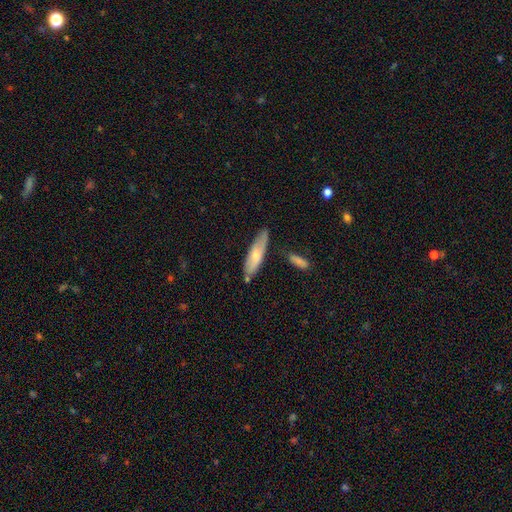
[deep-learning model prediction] smooth_or_featured: smooth (p=0.62) [alt: featured or disk p=0.32]
how_rounded: cigar-shaped (p=0.59) [alt: in between p=0.39]
merging: none (p=0.62) [alt: minor disturbance p=0.25]